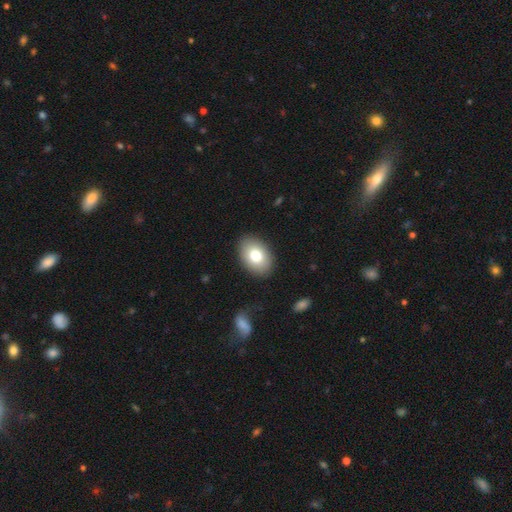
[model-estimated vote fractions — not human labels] A smooth galaxy with no disk features (78%) that is in between round and cigar-shaped (86%). Merging: none (88%).